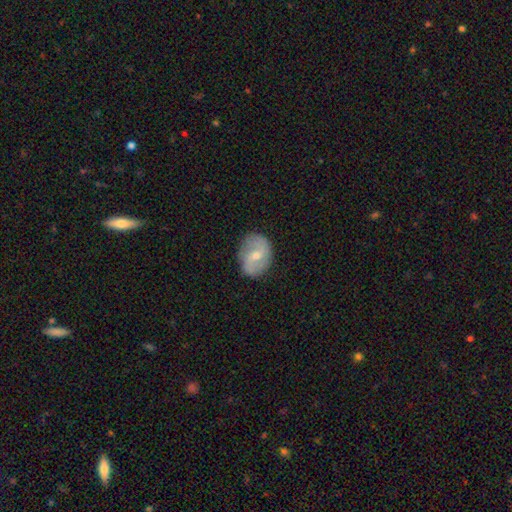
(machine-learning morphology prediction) Smooth or featured? Predicted: featured or disk (p=0.54). Edge-on disk? Predicted: no (p=0.96). Bar? Predicted: weak (p=0.50). Spiral arms? Predicted: yes (p=0.70). Bulge size? Predicted: small (p=0.48). Merging? Predicted: none (p=0.80).